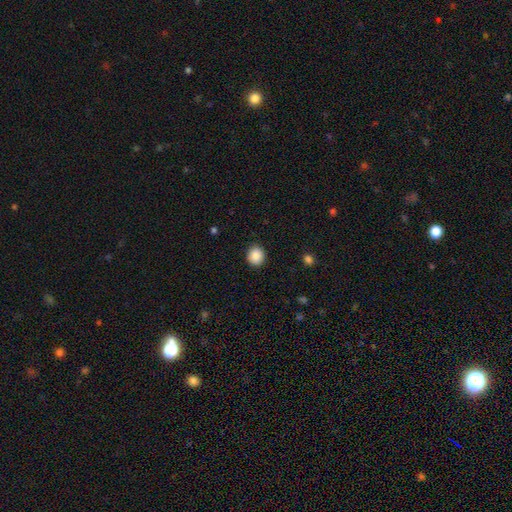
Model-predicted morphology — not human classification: Smooth or featured? smooth (88%)
How rounded? round (83%)
Merging? none (91%)